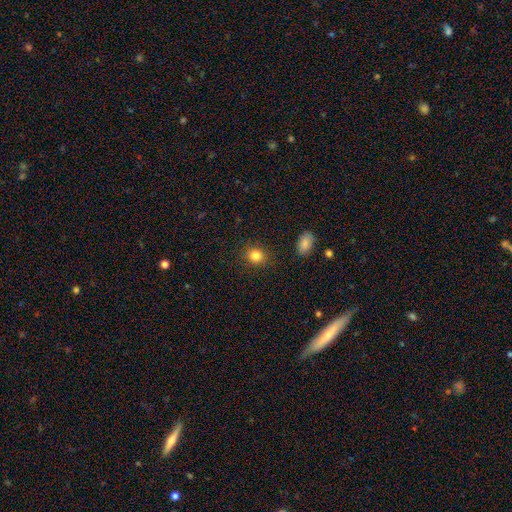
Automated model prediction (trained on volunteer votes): smooth 84%, star or artifact 11%, featured or disk 5%. Down the decision tree: how rounded — round (72%); merging — none (89%).